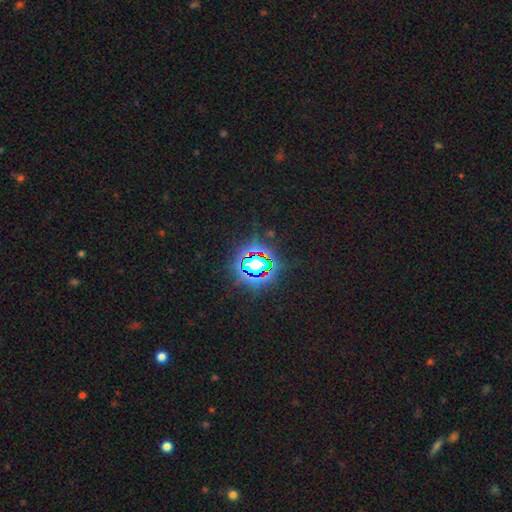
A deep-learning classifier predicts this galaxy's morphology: This appears to be a star or artifact, not a galaxy (83%).